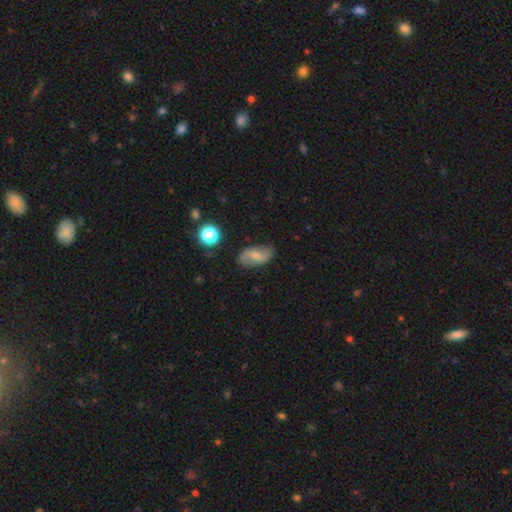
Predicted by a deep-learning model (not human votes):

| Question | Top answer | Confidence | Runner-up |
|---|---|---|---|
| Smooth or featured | featured or disk | 51% | smooth (40%) |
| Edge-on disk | no | 94% | yes (6%) |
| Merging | none | 81% | minor disturbance (14%) |